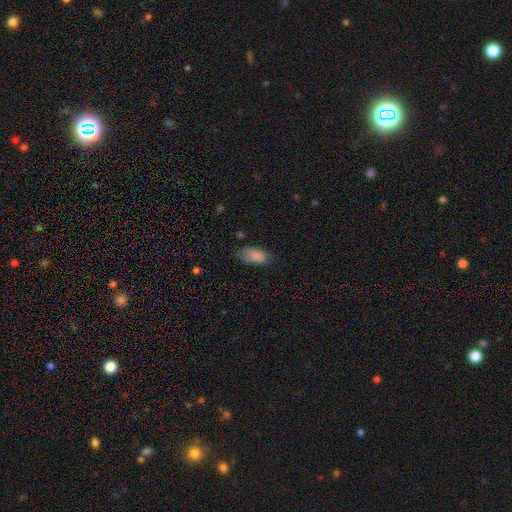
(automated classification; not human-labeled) A smooth galaxy with no disk features (80%) that is in between round and cigar-shaped (92%). Merging: none (46%).